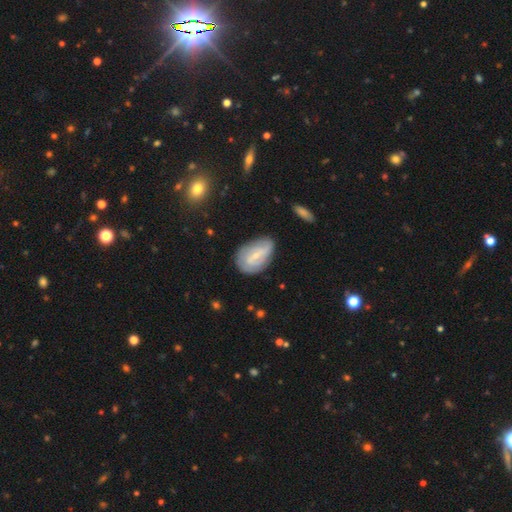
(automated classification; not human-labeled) smooth_or_featured: featured or disk (p=0.64) [alt: smooth p=0.29]
disk_edge_on: no (p=0.96) [alt: yes p=0.04]
bar: weak (p=0.48) [alt: no p=0.35]
has_spiral_arms: yes (p=0.79) [alt: no p=0.21]
bulge_size: small (p=0.69) [alt: moderate p=0.26]
merging: none (p=0.63) [alt: minor disturbance p=0.27]